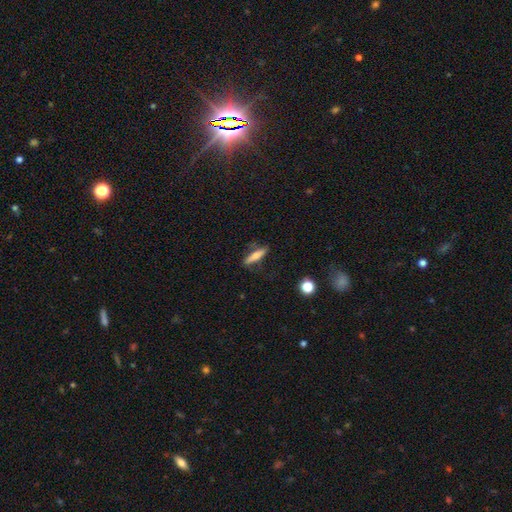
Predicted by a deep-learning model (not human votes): This appears to be a smooth galaxy with no disk features (62%) that is cigar-shaped (77%). Merging: none (76%).